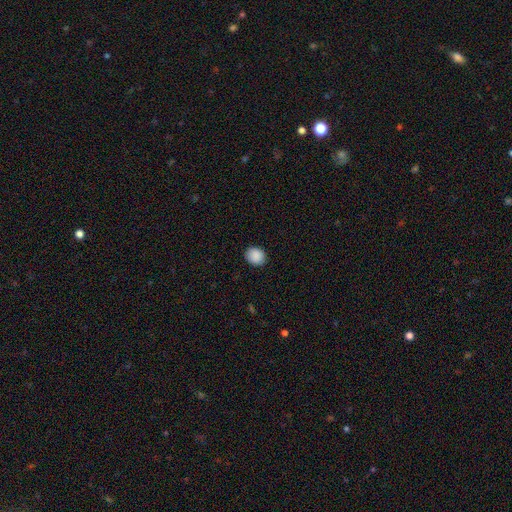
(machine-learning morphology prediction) Q: Smooth or featured?
A: smooth (90%); runner-up: star or artifact (8%)
Q: How rounded?
A: round (71%); runner-up: in between (28%)
Q: Merging?
A: none (89%); runner-up: minor disturbance (8%)